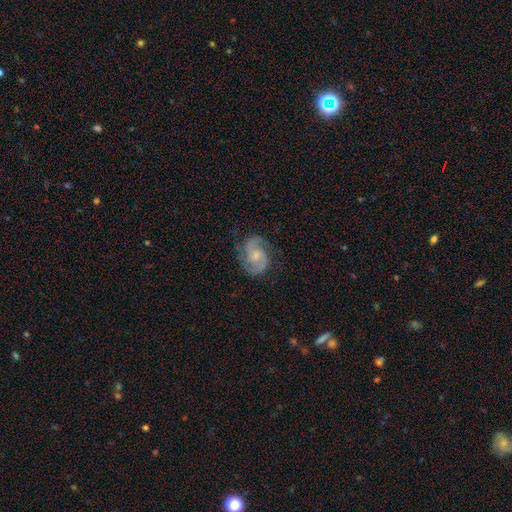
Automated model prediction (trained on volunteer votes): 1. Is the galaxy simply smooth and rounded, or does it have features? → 86% featured or disk, 9% smooth, 5% star or artifact.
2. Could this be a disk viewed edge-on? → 98% no, 2% yes.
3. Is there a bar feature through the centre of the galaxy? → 53% no, 41% weak, 7% strong.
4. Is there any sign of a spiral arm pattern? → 97% yes, 3% no.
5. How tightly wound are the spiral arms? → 56% medium, 28% tight, 17% loose.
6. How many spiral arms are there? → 89% 2, 4% can't tell, 3% 3, 2% 1, 1% 4, 1% more than 4.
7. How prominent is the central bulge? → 53% small, 32% moderate, 12% none, 2% large, 1% dominant.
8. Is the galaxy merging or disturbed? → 77% none, 16% minor disturbance, 6% major disturbance, 1% merger.